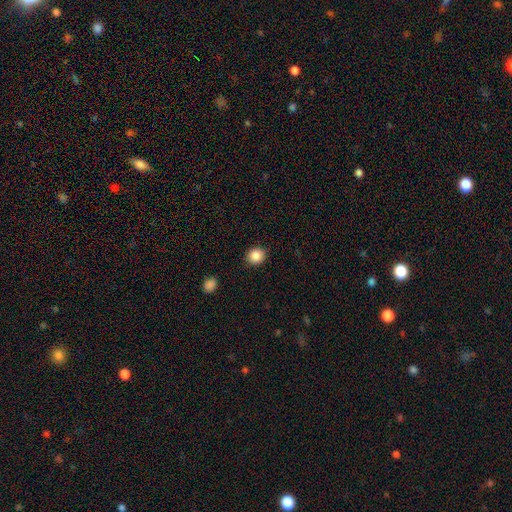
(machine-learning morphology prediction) Overall: smooth (87%). How rounded: round (76%). Merging: none (90%).